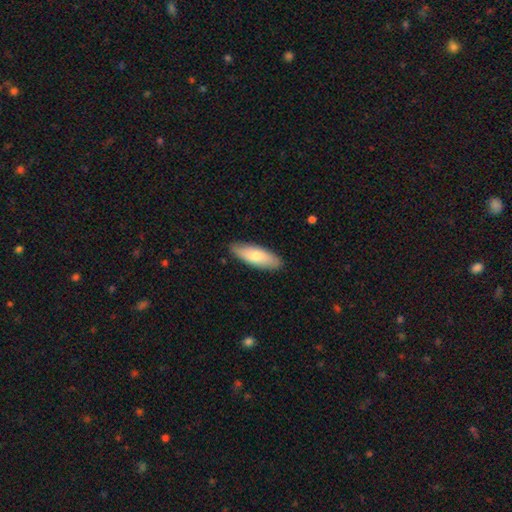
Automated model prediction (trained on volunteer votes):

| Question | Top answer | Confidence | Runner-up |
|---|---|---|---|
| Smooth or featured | smooth | 74% | featured or disk (21%) |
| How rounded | in between | 62% | cigar-shaped (36%) |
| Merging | none | 87% | minor disturbance (11%) |